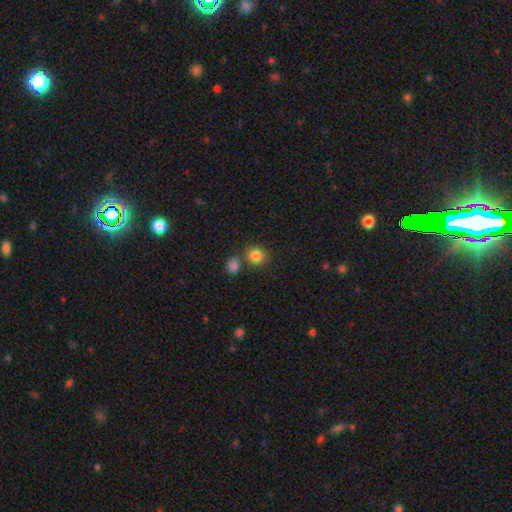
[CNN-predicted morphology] Smooth or featured: smooth — 84% (star or artifact — 11%)
How rounded: round — 85% (in between — 14%)
Merging: none — 70% (merger — 17%)